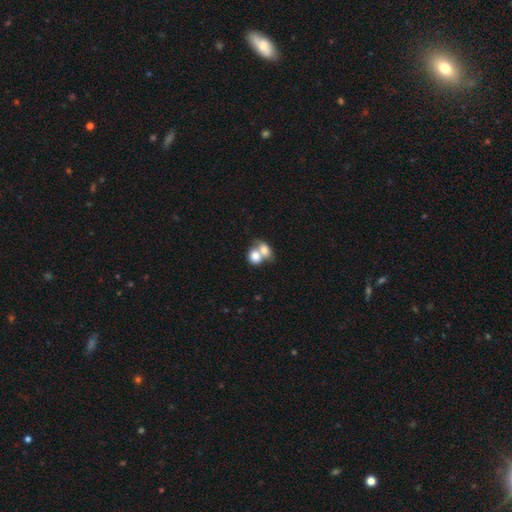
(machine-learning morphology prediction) Q: Smooth or featured?
A: smooth (77%); runner-up: featured or disk (16%)
Q: How rounded?
A: round (50%); runner-up: in between (48%)
Q: Merging?
A: merger (73%); runner-up: none (18%)